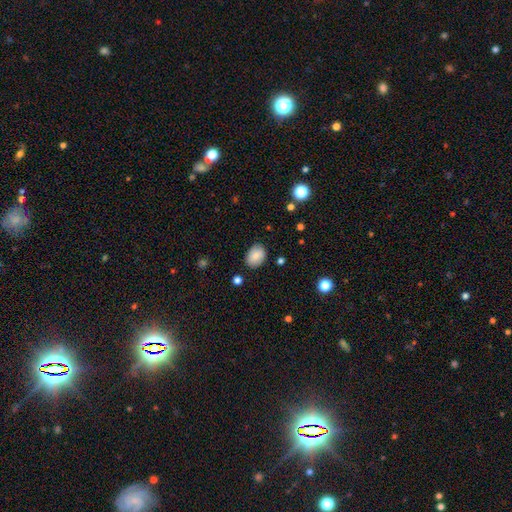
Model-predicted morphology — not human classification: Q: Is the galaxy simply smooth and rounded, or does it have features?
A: smooth — 82%.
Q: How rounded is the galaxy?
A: in between — 75%.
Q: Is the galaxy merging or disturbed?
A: none — 82%.